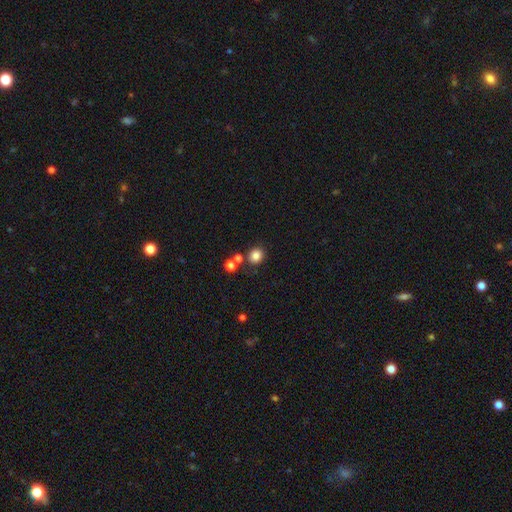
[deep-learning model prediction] This is clearly a smooth galaxy (82%). How rounded: clearly round (82%). Merging: likely none (77%).